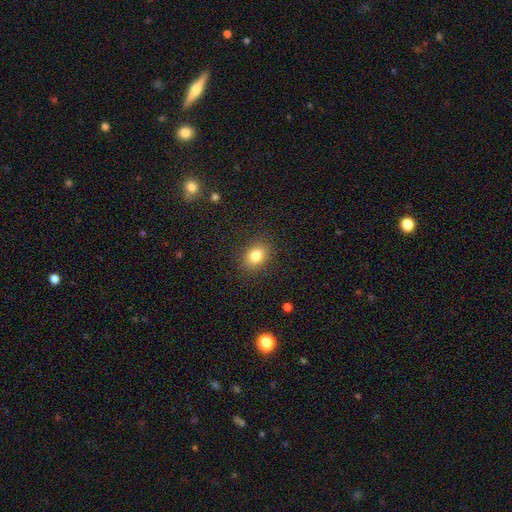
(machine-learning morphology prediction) Smooth or featured? Predicted: smooth (p=0.81). How rounded? Predicted: in between (p=0.52). Merging? Predicted: none (p=0.87).